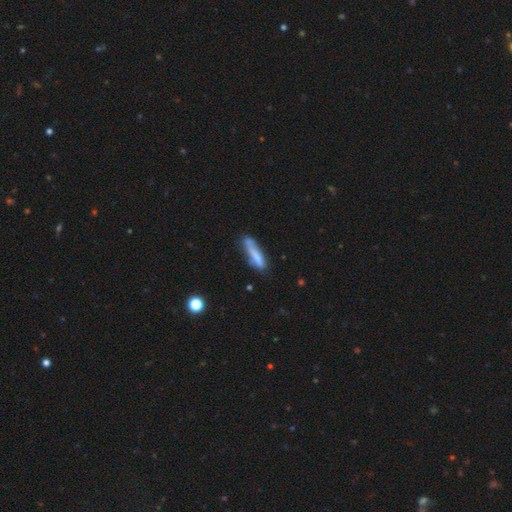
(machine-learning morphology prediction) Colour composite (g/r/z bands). It shows a smooth galaxy with no disk features (69%) that is cigar-shaped (79%). Merging: none (54%).